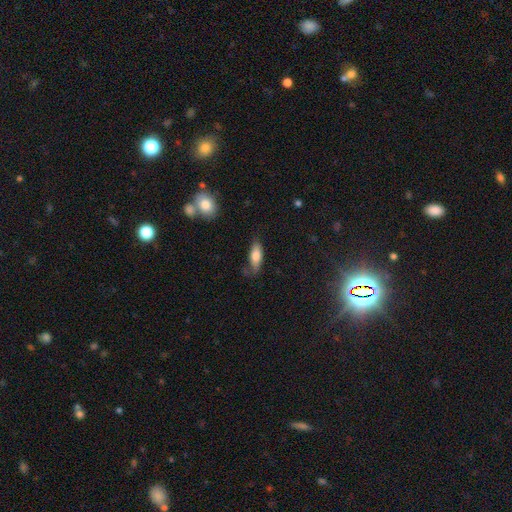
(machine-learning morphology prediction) type=smooth (75%); roundness=in between (69%); merging=none (63%).